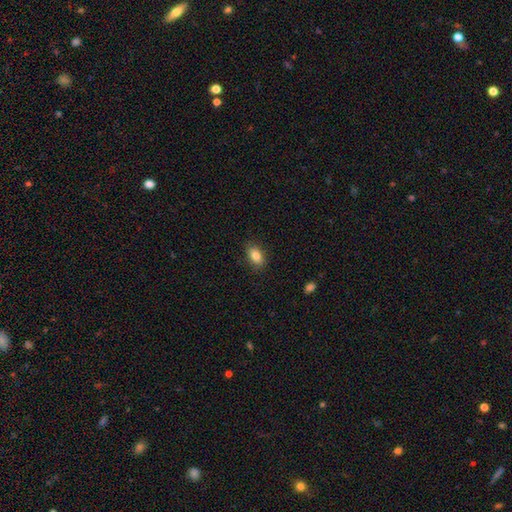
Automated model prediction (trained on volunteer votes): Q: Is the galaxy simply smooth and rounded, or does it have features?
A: smooth — 85%.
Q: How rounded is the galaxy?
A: in between — 89%.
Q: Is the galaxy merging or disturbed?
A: none — 87%.